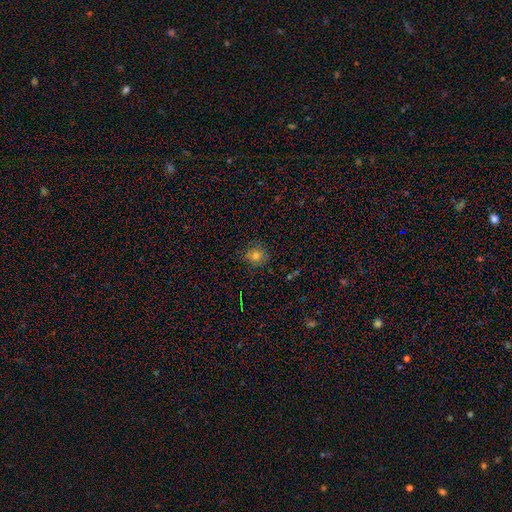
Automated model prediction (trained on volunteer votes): A smooth galaxy with no disk features (74%) that is round (87%). Merging: none (82%).